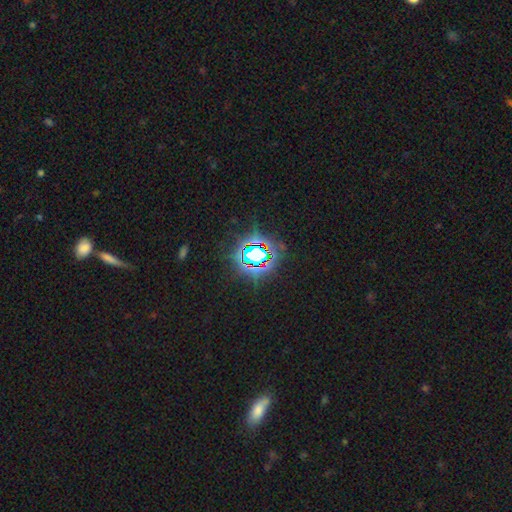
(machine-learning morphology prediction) smooth_or_featured: star or artifact (p=0.76) [alt: smooth p=0.14]